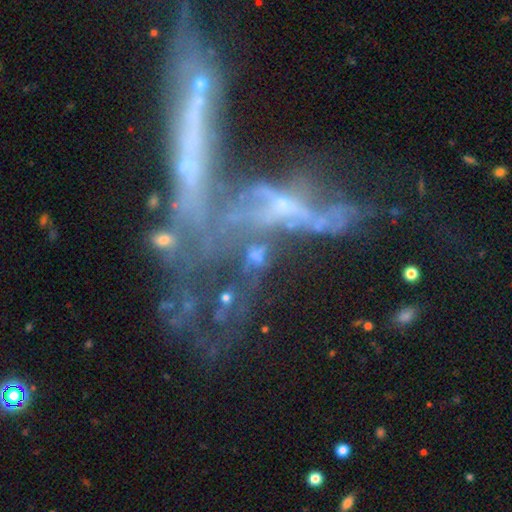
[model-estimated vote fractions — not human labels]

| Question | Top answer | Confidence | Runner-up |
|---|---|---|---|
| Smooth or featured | featured or disk | 38% | star or artifact (37%) |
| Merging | none | 40% | major disturbance (22%) |